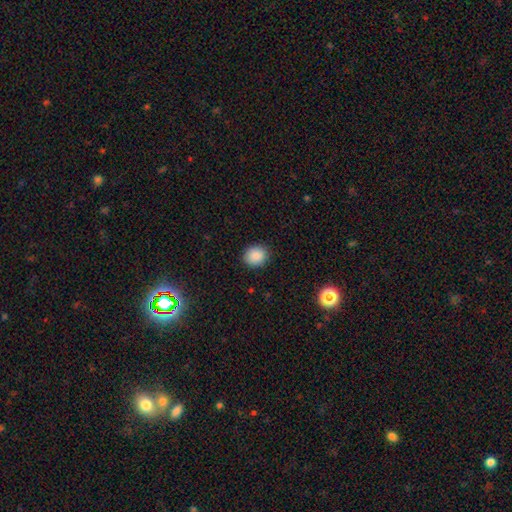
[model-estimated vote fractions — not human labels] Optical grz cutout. It shows a smooth galaxy with no disk features (88%) that is round (75%). Merging: none (89%).